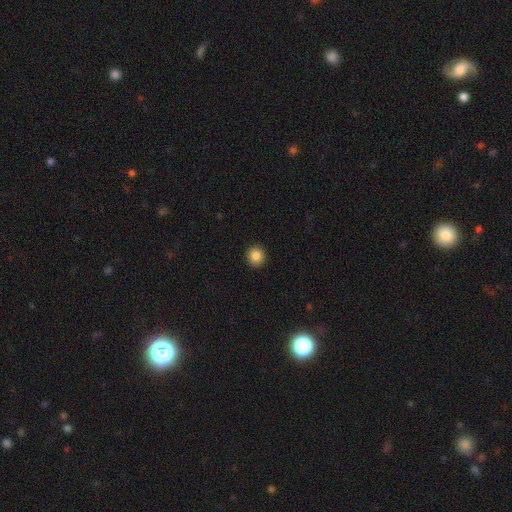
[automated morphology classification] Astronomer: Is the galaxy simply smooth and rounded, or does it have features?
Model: smooth — 86%.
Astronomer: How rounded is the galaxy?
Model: round — 89%.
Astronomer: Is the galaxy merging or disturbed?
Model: none — 92%.